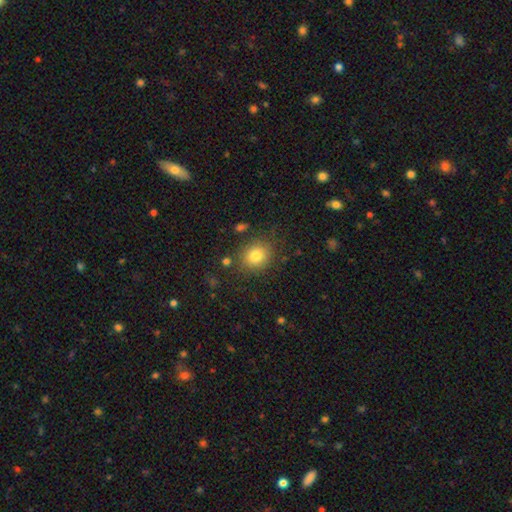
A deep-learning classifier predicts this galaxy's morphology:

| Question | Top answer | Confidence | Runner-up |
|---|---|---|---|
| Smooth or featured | smooth | 80% | star or artifact (12%) |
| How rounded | round | 73% | in between (26%) |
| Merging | none | 83% | minor disturbance (10%) |